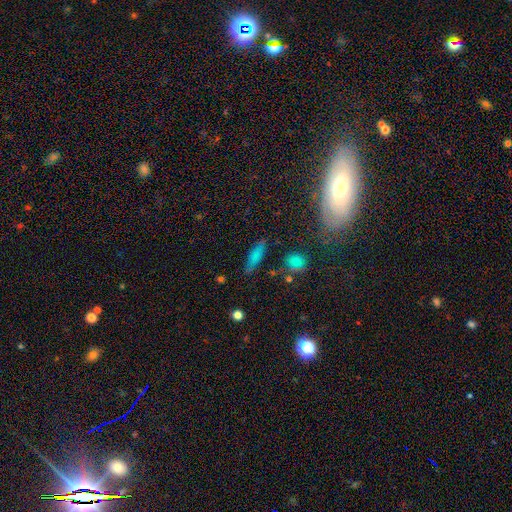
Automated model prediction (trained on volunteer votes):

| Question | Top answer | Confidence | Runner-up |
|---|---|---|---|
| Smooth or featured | smooth | 73% | featured or disk (14%) |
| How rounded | in between | 49% | cigar-shaped (48%) |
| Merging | none | 77% | minor disturbance (15%) |